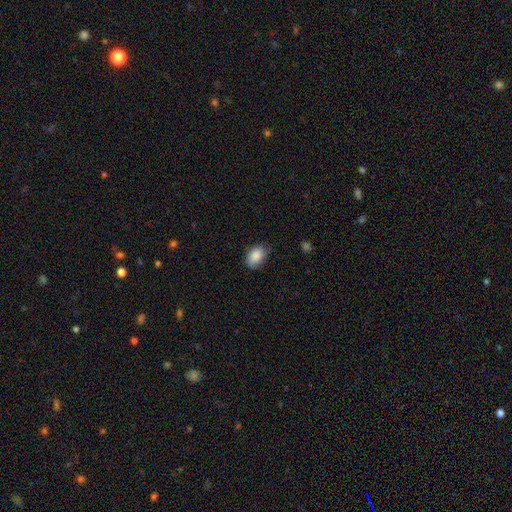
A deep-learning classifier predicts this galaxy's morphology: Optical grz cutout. It shows a smooth galaxy with no disk features (87%) that is in between round and cigar-shaped (86%). Merging: none (71%).